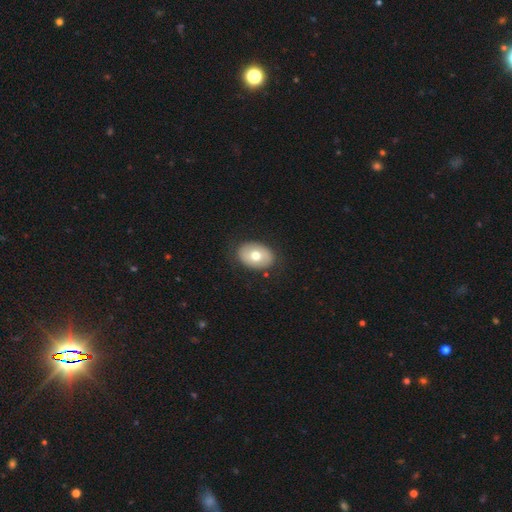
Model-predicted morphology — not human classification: A smooth galaxy with no disk features (69%) that is in between round and cigar-shaped (76%).

Vote fractions:
- Smooth or featured? smooth: 69% / featured or disk: 25% / star or artifact: 7%
- How rounded? in between: 76% / round: 23% / cigar-shaped: 1%
- Merging? none: 85% / minor disturbance: 11% / major disturbance: 3% / merger: 1%